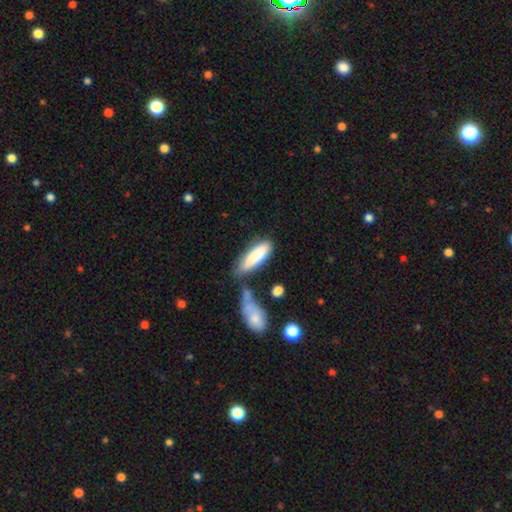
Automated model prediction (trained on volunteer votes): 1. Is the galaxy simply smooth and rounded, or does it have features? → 81% smooth, 13% featured or disk, 6% star or artifact.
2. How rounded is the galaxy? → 57% cigar-shaped, 41% in between, 2% round.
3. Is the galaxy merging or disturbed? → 52% none, 21% minor disturbance, 19% merger, 8% major disturbance.